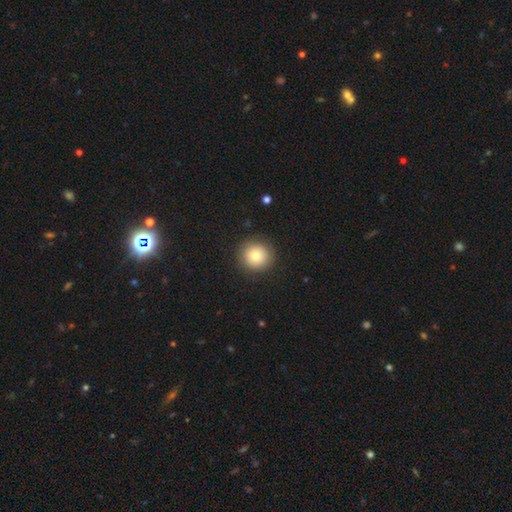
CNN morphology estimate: type=smooth (80%); roundness=round (94%); merging=none (89%).